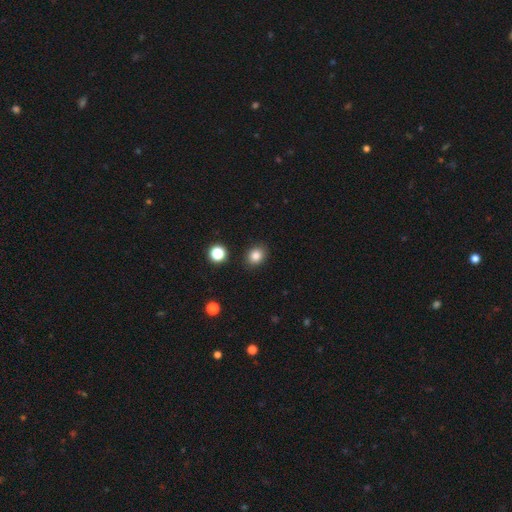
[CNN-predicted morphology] Q: Smooth or featured?
A: smooth (83%); runner-up: star or artifact (11%)
Q: How rounded?
A: round (59%); runner-up: in between (40%)
Q: Merging?
A: none (89%); runner-up: minor disturbance (7%)